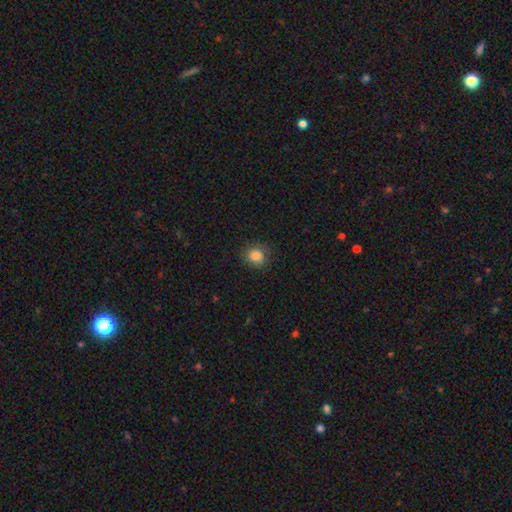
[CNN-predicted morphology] A smooth galaxy with no disk features (84%) that is round (82%). Merging: none (83%).